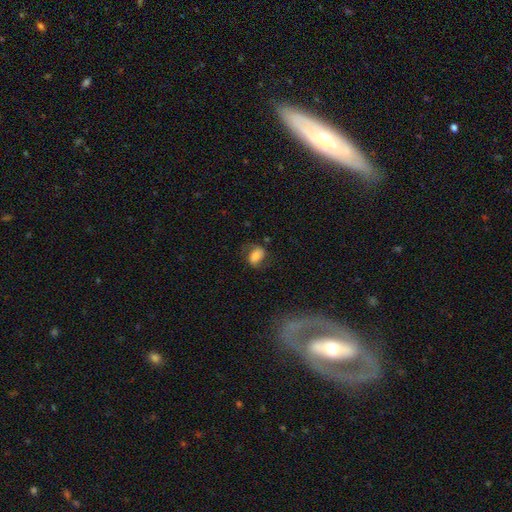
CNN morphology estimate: A smooth galaxy with no disk features (65%) that is in between round and cigar-shaped (79%).

Vote fractions:
- Smooth or featured? smooth: 65% / featured or disk: 26% / star or artifact: 9%
- How rounded? in between: 79% / round: 19% / cigar-shaped: 2%
- Merging? none: 61% / minor disturbance: 23% / major disturbance: 14% / merger: 2%